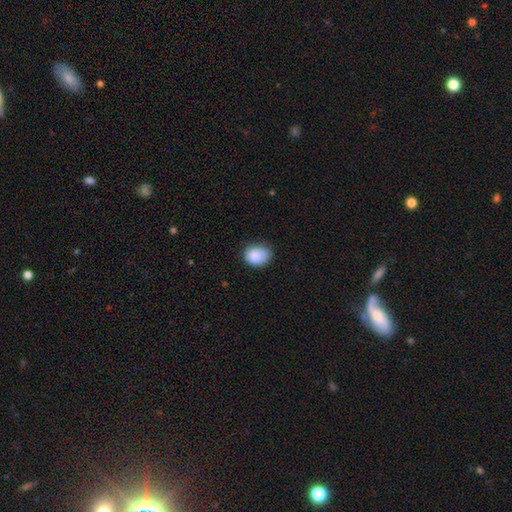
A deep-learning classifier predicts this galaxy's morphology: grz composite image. It shows a smooth galaxy with no disk features (87%) that is round (50%). Merging: none (66%).